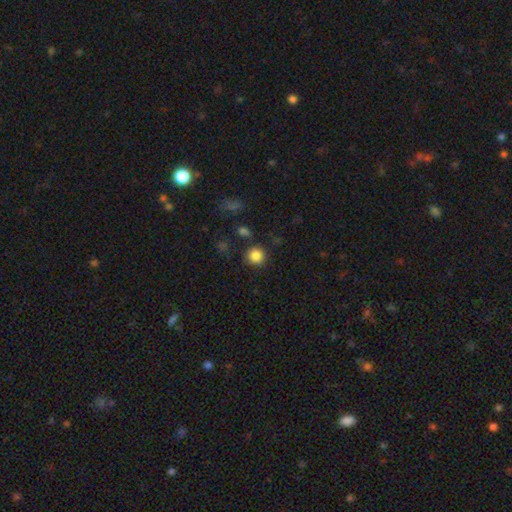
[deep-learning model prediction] Smooth or featured? smooth (85%)
How rounded? round (92%)
Merging? none (85%)